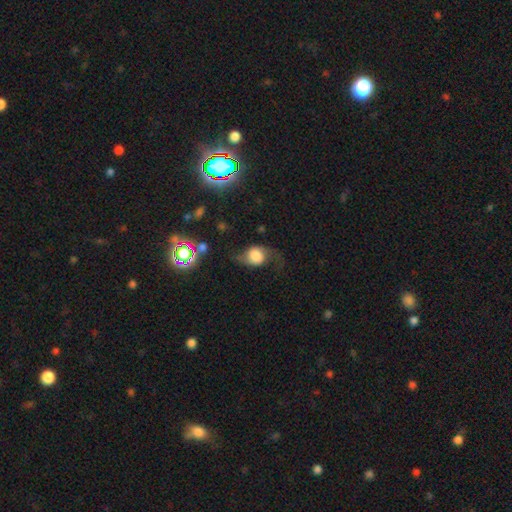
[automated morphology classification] Smooth or featured: featured or disk — 56% (smooth — 34%)
Edge-on disk: no — 93% (yes — 7%)
Bar: no — 70% (weak — 24%)
Spiral arms: yes — 90% (no — 10%)
Bulge size: large — 38% (dominant — 35%)
Merging: none — 53% (minor disturbance — 23%)